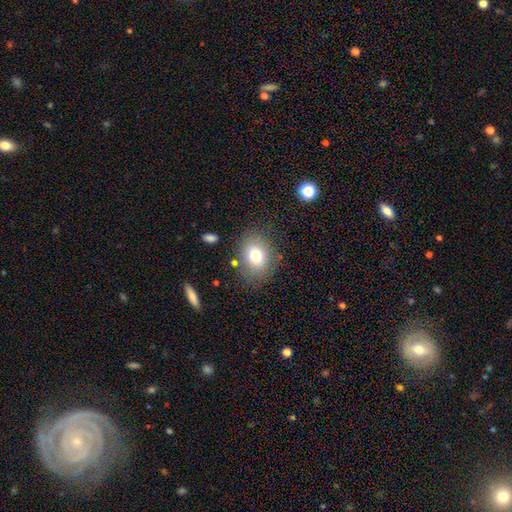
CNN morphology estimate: Smooth or featured?
  - smooth: 76% *
  - featured or disk: 13%
  - star or artifact: 11%
How rounded?
  - in between: 55% *
  - round: 44%
  - cigar-shaped: 1%
Merging?
  - none: 80% *
  - minor disturbance: 13%
  - major disturbance: 5%
  - merger: 3%